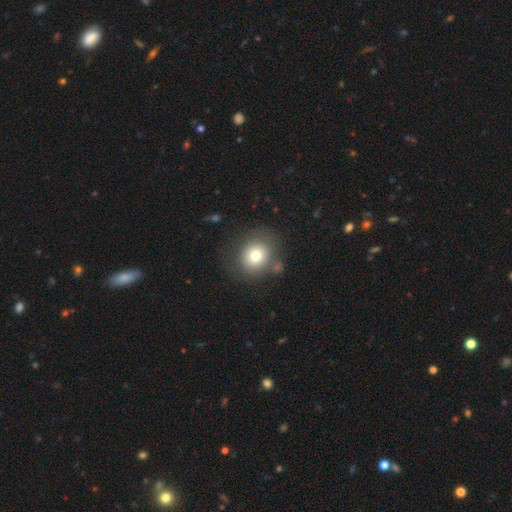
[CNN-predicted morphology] smooth 75%, featured or disk 14%, star or artifact 11%. Down the decision tree: how rounded — round (77%); merging — none (71%).